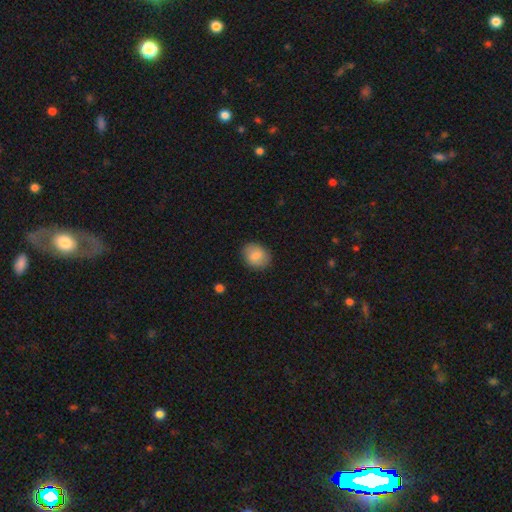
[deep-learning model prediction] Smooth or featured: smooth — 81% (featured or disk — 12%)
How rounded: in between — 52% (round — 47%)
Merging: none — 85% (minor disturbance — 11%)